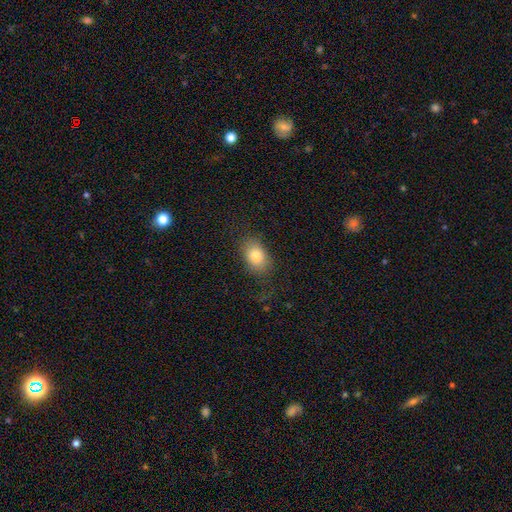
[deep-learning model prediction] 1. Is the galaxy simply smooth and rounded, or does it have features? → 81% smooth, 10% featured or disk, 9% star or artifact.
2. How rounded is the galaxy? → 80% in between, 19% round, 1% cigar-shaped.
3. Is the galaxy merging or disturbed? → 76% none, 15% minor disturbance, 8% major disturbance, 1% merger.